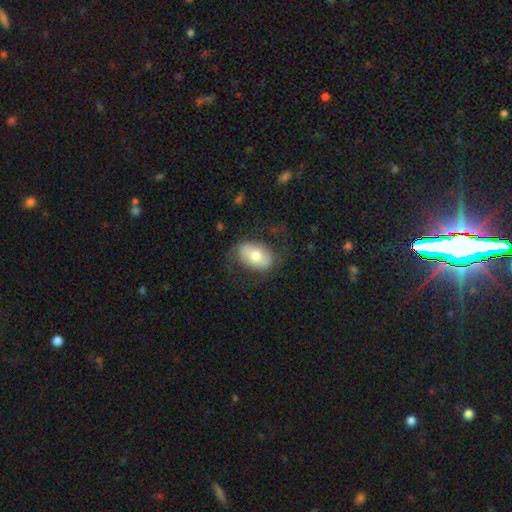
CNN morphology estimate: A smooth galaxy with no disk features (56%) that is in between round and cigar-shaped (84%).

Vote fractions:
- Smooth or featured? smooth: 56% / featured or disk: 37% / star or artifact: 6%
- How rounded? in between: 84% / round: 15% / cigar-shaped: 1%
- Merging? none: 67% / minor disturbance: 17% / major disturbance: 14% / merger: 1%